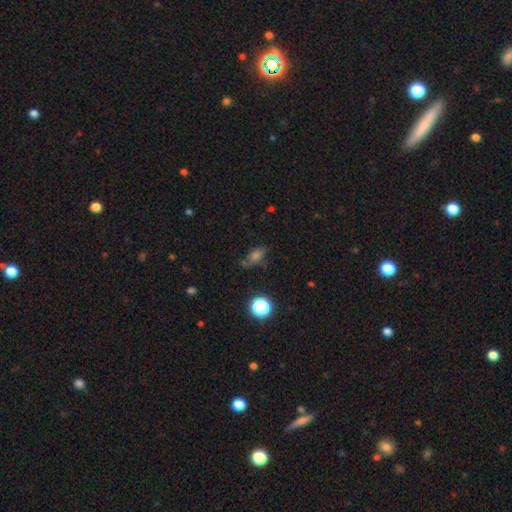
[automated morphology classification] Smooth or featured: smooth — 52% (star or artifact — 28%)
How rounded: in between — 70% (round — 22%)
Merging: none — 61% (minor disturbance — 25%)